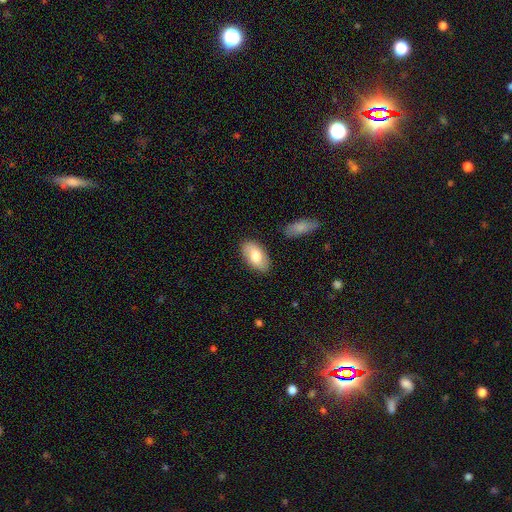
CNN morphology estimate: smooth_or_featured: smooth (p=0.76) [alt: featured or disk p=0.18]
how_rounded: in between (p=0.94) [alt: round p=0.04]
merging: none (p=0.84) [alt: minor disturbance p=0.11]